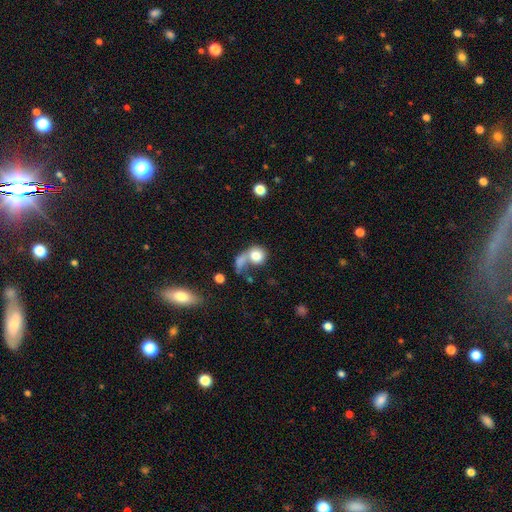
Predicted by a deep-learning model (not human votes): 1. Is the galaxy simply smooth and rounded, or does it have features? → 75% smooth, 15% featured or disk, 9% star or artifact.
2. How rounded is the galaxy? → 78% round, 21% in between, 2% cigar-shaped.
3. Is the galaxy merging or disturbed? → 43% merger, 28% none, 19% major disturbance, 11% minor disturbance.